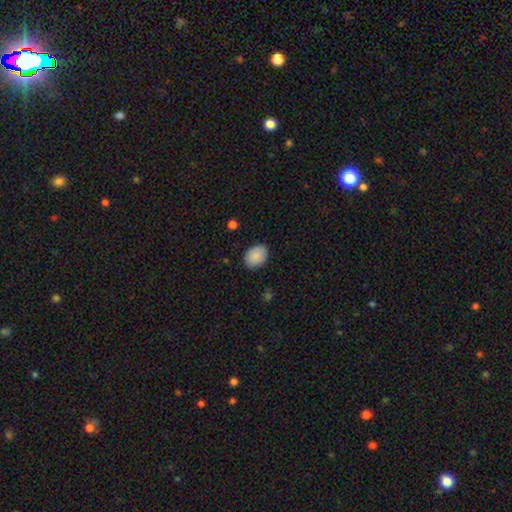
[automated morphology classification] This is clearly a smooth galaxy (89%). How rounded: likely in between (76%). Merging: clearly none (86%).